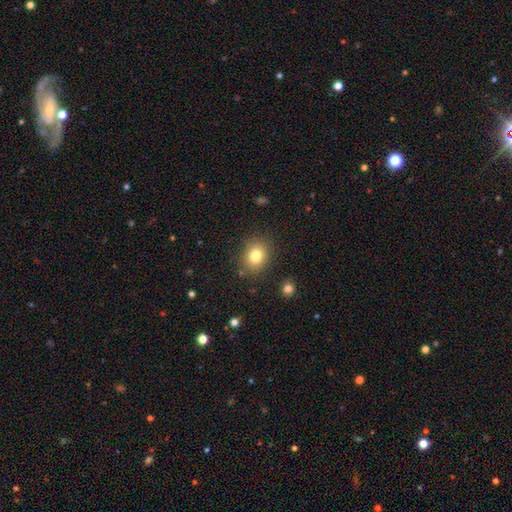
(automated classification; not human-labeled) A smooth galaxy with no disk features (79%) that is round (65%).

Vote fractions:
- Smooth or featured? smooth: 79% / star or artifact: 12% / featured or disk: 9%
- How rounded? round: 65% / in between: 34% / cigar-shaped: 1%
- Merging? none: 85% / minor disturbance: 10% / major disturbance: 3% / merger: 2%